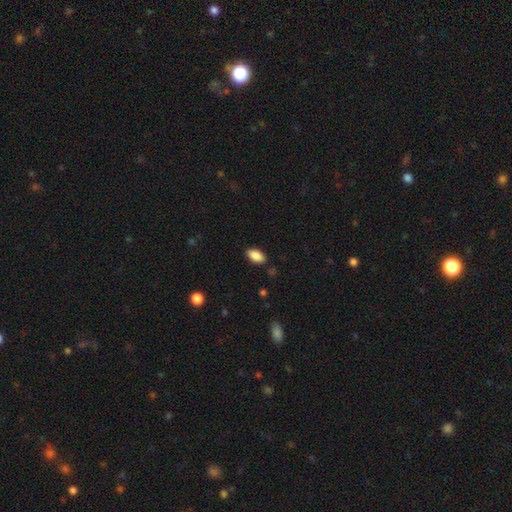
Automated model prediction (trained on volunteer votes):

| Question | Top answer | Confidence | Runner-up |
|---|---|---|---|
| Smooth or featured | smooth | 89% | star or artifact (7%) |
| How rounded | in between | 93% | cigar-shaped (4%) |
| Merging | none | 86% | minor disturbance (10%) |